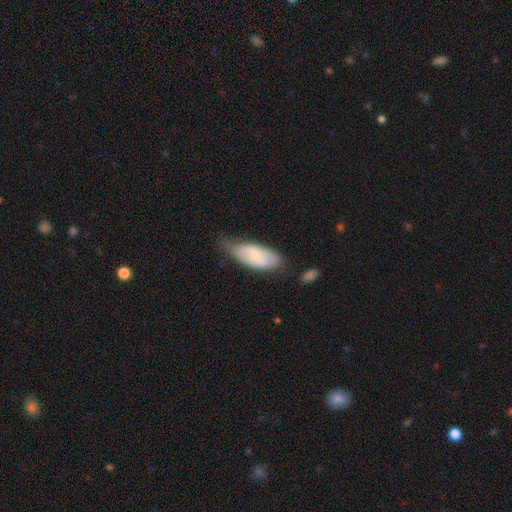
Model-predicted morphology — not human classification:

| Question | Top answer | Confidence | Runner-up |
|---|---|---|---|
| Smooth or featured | smooth | 53% | featured or disk (41%) |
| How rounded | in between | 85% | cigar-shaped (13%) |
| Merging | none | 54% | minor disturbance (33%) |